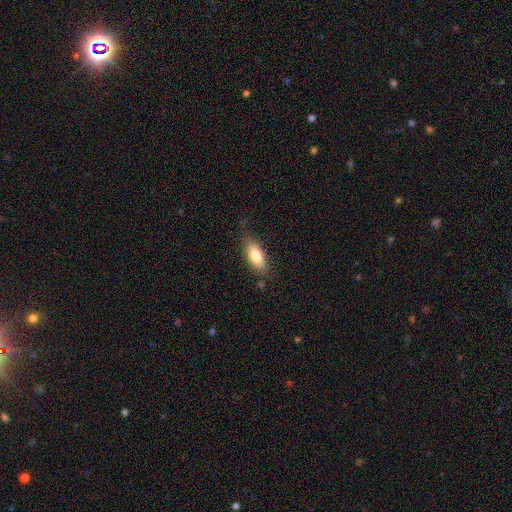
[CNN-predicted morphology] Smooth or featured? Predicted: smooth (p=0.78). How rounded? Predicted: in between (p=0.79). Merging? Predicted: none (p=0.77).